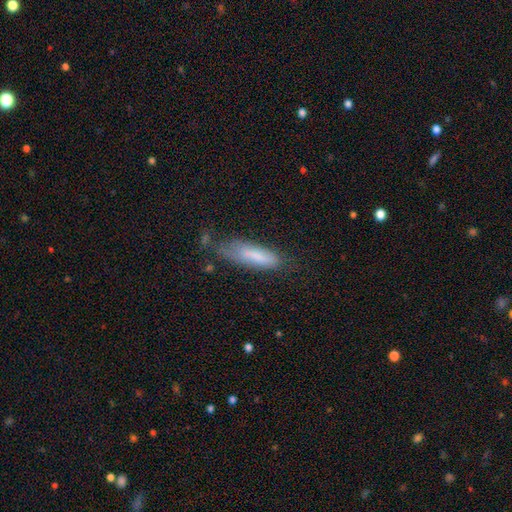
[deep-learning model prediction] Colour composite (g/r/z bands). It shows a smooth galaxy with no disk features (74%) that is cigar-shaped (61%). Merging: none (52%).